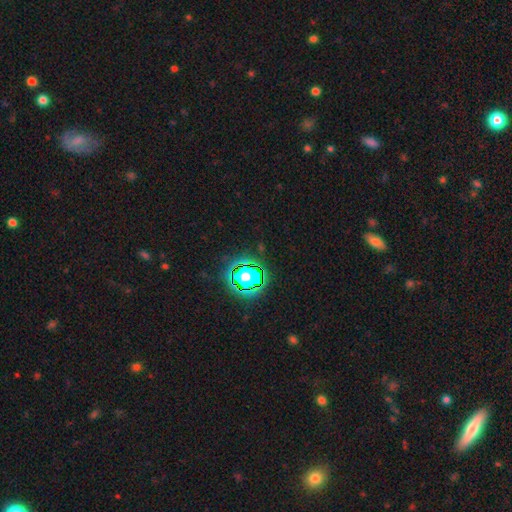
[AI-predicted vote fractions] Smooth or featured?
  - star or artifact: 79% *
  - smooth: 13%
  - featured or disk: 8%